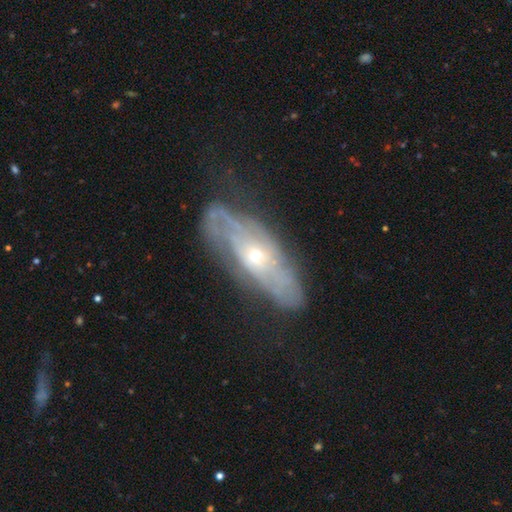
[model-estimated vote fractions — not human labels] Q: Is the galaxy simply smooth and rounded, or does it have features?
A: featured or disk — 76%.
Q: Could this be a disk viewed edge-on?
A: no — 79%.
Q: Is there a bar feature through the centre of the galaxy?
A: no — 79%.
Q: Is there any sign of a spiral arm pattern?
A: yes — 73%.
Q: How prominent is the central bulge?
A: small — 65%.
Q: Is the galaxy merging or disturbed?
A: none — 59%.